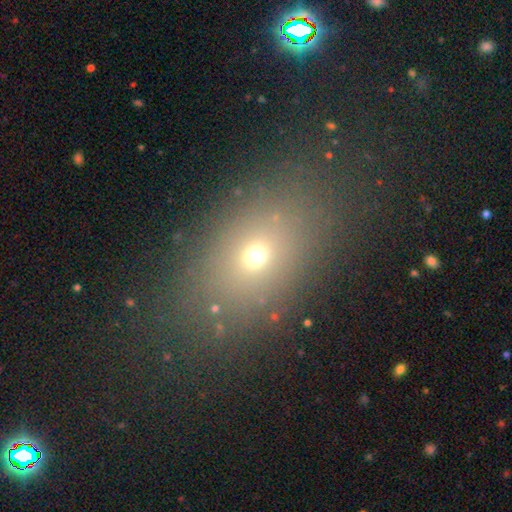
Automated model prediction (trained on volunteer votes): smooth_or_featured: smooth (p=0.64) [alt: star or artifact p=0.21]
how_rounded: in between (p=0.73) [alt: round p=0.24]
merging: none (p=0.81) [alt: minor disturbance p=0.11]